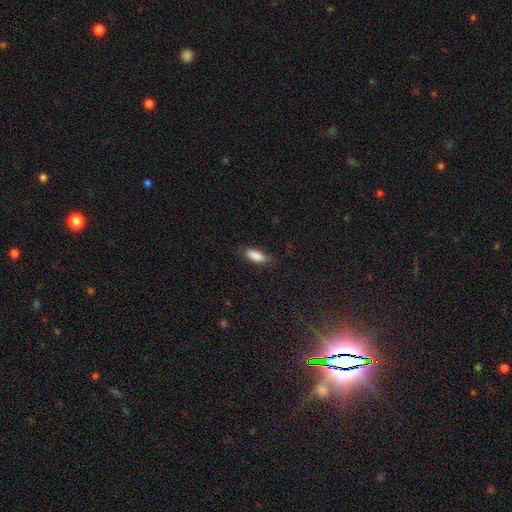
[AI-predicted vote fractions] Smooth or featured: smooth — 87% (star or artifact — 7%)
How rounded: in between — 79% (cigar-shaped — 19%)
Merging: none — 79% (minor disturbance — 16%)